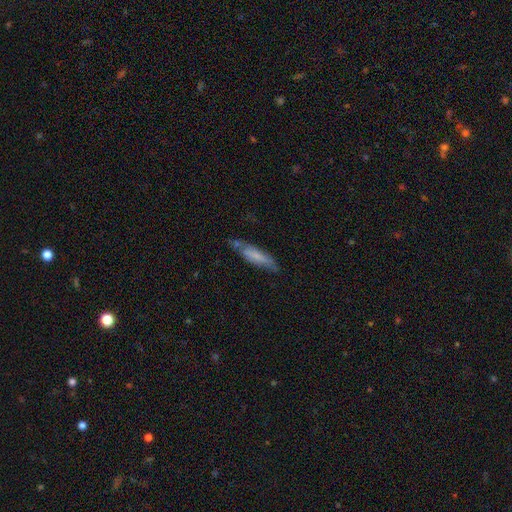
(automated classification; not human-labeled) This is likely a smooth galaxy (65%). How rounded: likely cigar-shaped (73%). Merging: possibly none (57%).